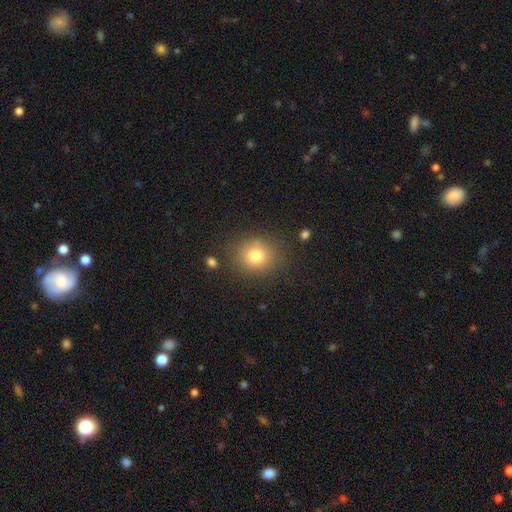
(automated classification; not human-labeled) Q: Smooth or featured?
A: smooth (79%); runner-up: star or artifact (13%)
Q: How rounded?
A: round (83%); runner-up: in between (17%)
Q: Merging?
A: none (84%); runner-up: minor disturbance (10%)